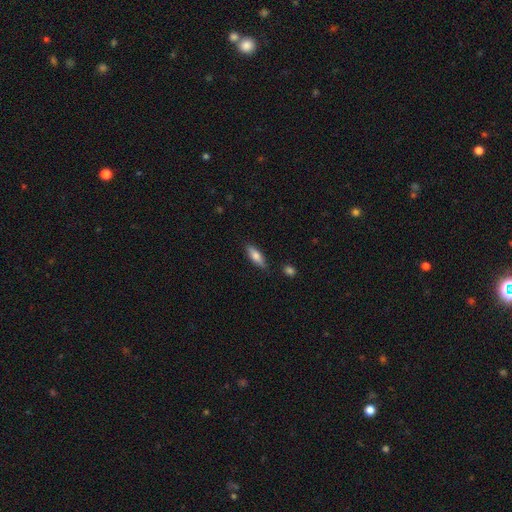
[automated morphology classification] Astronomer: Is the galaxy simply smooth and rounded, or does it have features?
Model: smooth — 74%.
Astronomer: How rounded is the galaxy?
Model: in between — 58% (runner-up: cigar-shaped, 40%).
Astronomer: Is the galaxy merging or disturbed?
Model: none — 82%.